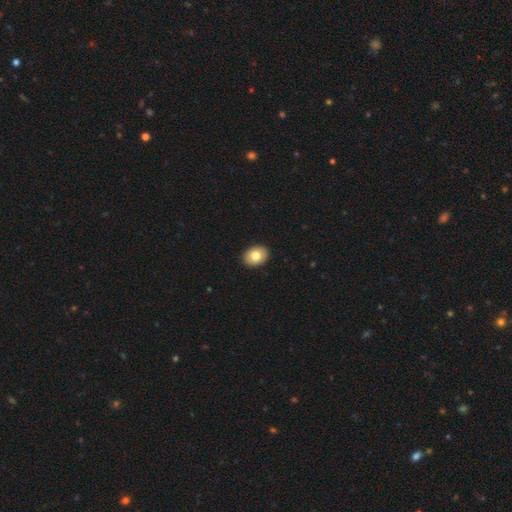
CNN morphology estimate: Smooth or featured?
  - smooth: 79% *
  - featured or disk: 13%
  - star or artifact: 8%
How rounded?
  - in between: 65% *
  - round: 34%
  - cigar-shaped: 1%
Merging?
  - none: 92% *
  - minor disturbance: 5%
  - major disturbance: 1%
  - merger: 1%